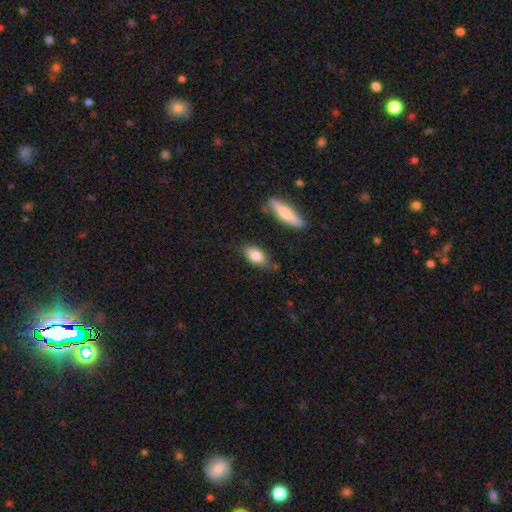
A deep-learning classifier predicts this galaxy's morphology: smooth 77%, featured or disk 16%, star or artifact 7%. Down the decision tree: how rounded — in between (83%); merging — none (72%).